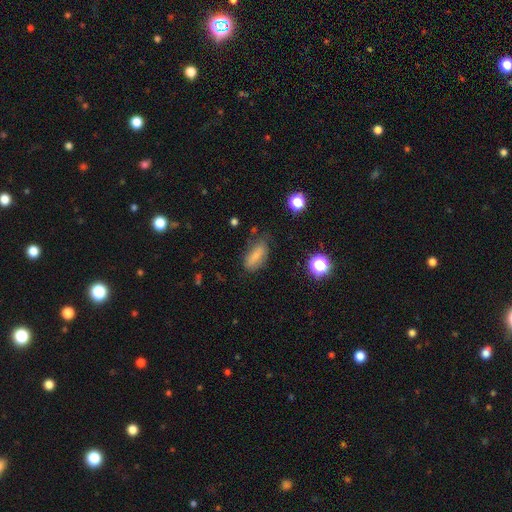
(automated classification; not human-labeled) This appears to be a smooth galaxy with no disk features (74%) that is in between round and cigar-shaped (78%). Merging: none (64%).